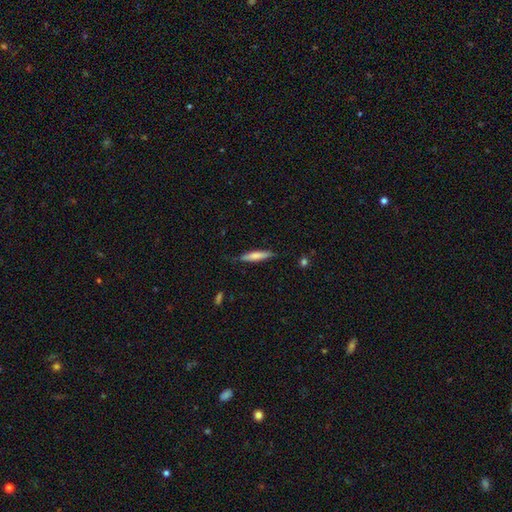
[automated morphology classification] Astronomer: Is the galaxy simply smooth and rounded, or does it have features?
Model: smooth — 68%.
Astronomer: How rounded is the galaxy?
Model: cigar-shaped — 87%.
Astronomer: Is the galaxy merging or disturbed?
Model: none — 80%.